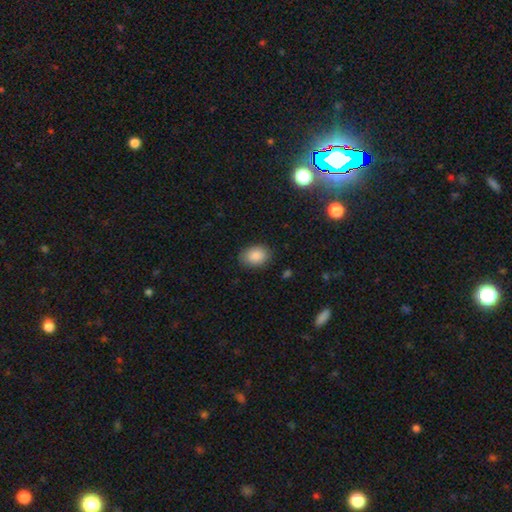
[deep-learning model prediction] This is clearly a smooth galaxy (89%). How rounded: likely in between (71%). Merging: clearly none (84%).